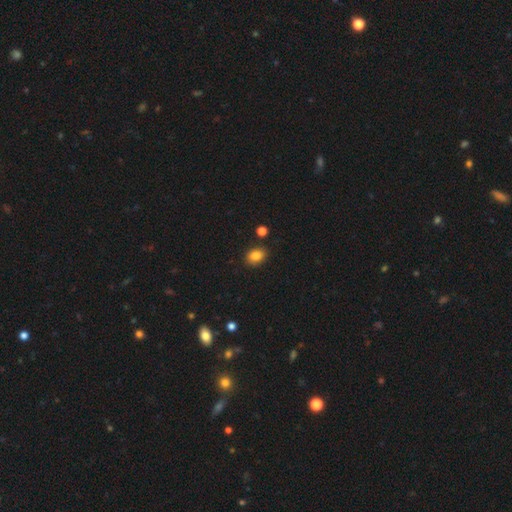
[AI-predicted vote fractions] A smooth galaxy with no disk features (85%) that is in between round and cigar-shaped (68%).

Vote fractions:
- Smooth or featured? smooth: 85% / star or artifact: 10% / featured or disk: 5%
- How rounded? in between: 68% / round: 31% / cigar-shaped: 1%
- Merging? none: 84% / minor disturbance: 10% / merger: 3% / major disturbance: 2%